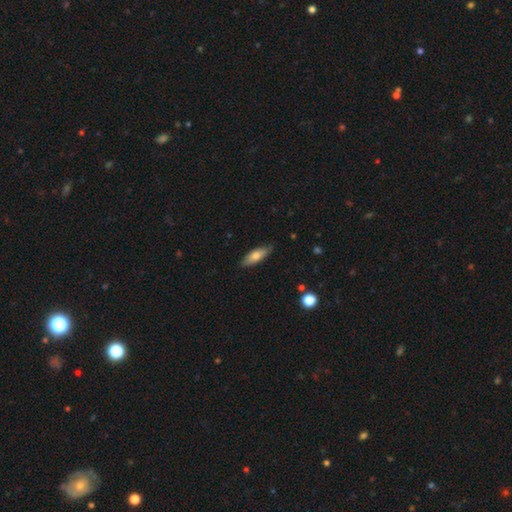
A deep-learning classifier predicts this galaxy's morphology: A smooth galaxy with no disk features (70%) that is in between round and cigar-shaped (61%).

Vote fractions:
- Smooth or featured? smooth: 70% / featured or disk: 24% / star or artifact: 6%
- How rounded? in between: 61% / cigar-shaped: 37% / round: 2%
- Merging? none: 81% / minor disturbance: 15% / major disturbance: 2% / merger: 1%